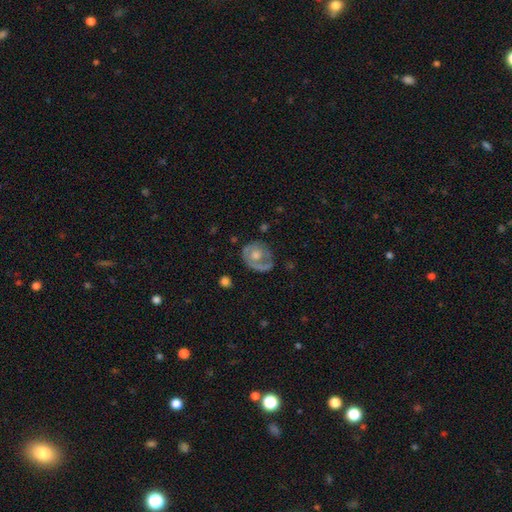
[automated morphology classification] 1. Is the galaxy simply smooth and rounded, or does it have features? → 52% featured or disk, 42% smooth, 6% star or artifact.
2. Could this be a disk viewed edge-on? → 97% no, 3% yes.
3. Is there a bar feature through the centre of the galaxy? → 86% no, 12% weak, 2% strong.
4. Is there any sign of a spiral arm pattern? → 58% no, 42% yes.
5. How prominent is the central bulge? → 62% moderate, 19% small, 12% large, 4% none, 2% dominant.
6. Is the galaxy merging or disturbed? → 54% none, 24% minor disturbance, 19% major disturbance, 3% merger.